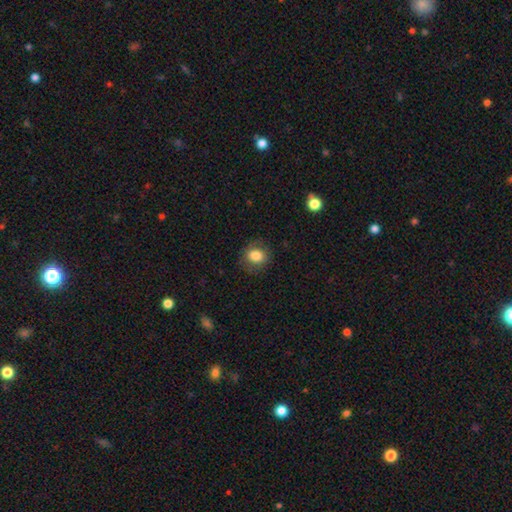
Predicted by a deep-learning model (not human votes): This appears to be a smooth galaxy with no disk features (82%) that is round (67%). Merging: none (82%).